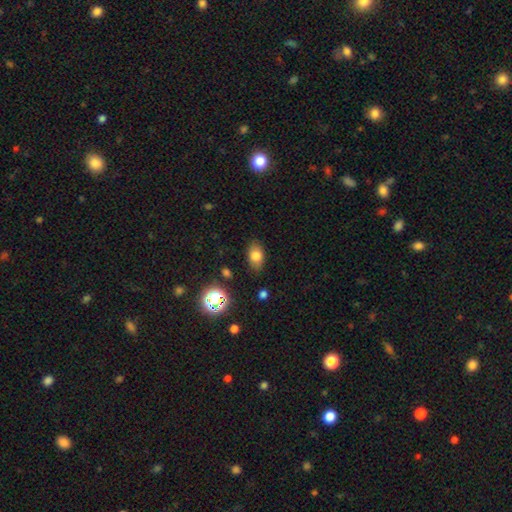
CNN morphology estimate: Q: Smooth or featured?
A: smooth (77%); runner-up: star or artifact (12%)
Q: How rounded?
A: in between (83%); runner-up: round (15%)
Q: Merging?
A: none (80%); runner-up: minor disturbance (15%)